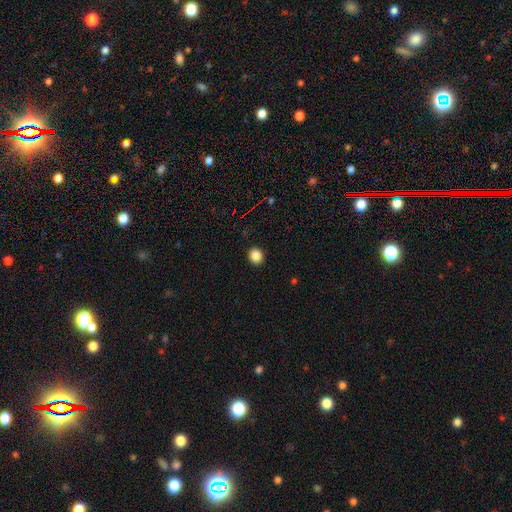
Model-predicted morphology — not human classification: The model was most divided on "how rounded": round: 77%, in between: 22%, cigar-shaped: 1%. More confident: merging — none (92%); smooth or featured — smooth (86%).